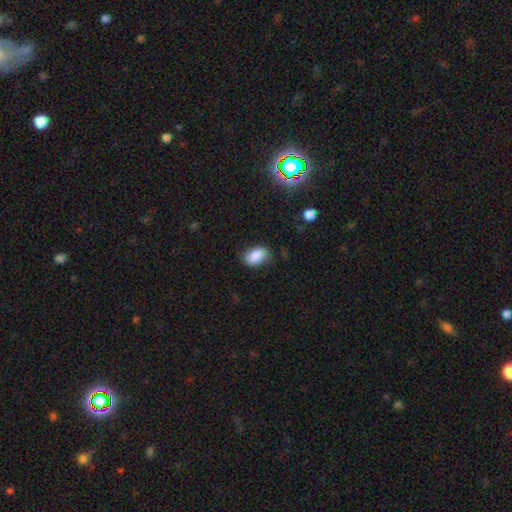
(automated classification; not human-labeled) The model was most divided on "merging": none: 76%, minor disturbance: 19%, major disturbance: 4%, merger: 1%. More confident: how rounded — in between (89%); smooth or featured — smooth (84%).